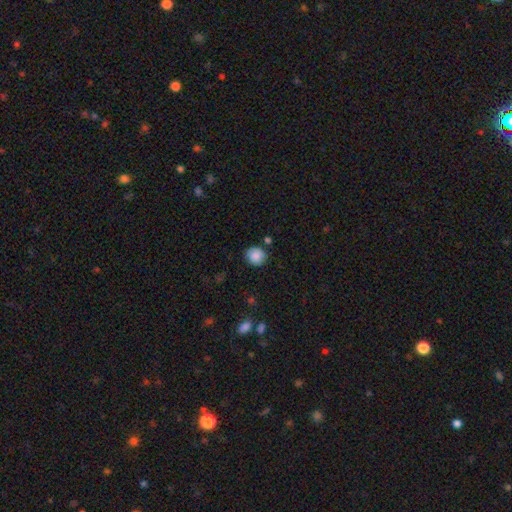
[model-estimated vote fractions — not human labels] smooth-or-featured: smooth: 86% | star or artifact: 8% | featured or disk: 5%
  how-rounded: round: 82% | in between: 17% | cigar-shaped: 1%
  merging: none: 82% | minor disturbance: 11% | merger: 4% | major disturbance: 3%